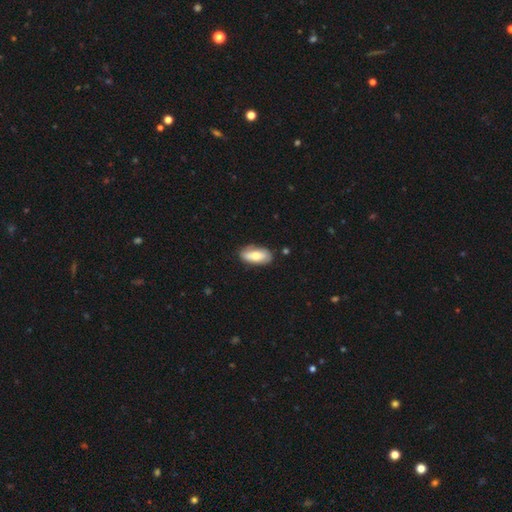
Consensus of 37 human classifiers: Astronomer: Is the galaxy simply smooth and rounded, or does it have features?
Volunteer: smooth — 51% (runner-up: featured or disk, 41%).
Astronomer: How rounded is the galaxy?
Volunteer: in between — 89%.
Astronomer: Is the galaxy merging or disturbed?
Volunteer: none — 74%.